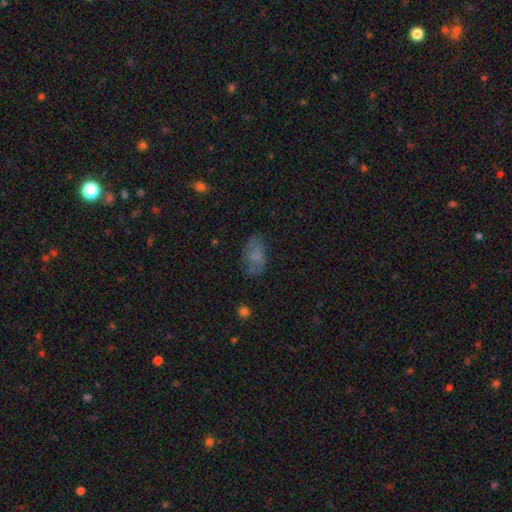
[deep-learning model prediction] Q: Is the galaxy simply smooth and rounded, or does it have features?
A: smooth — 62%.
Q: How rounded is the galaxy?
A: in between — 90%.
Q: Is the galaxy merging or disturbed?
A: none — 62%.